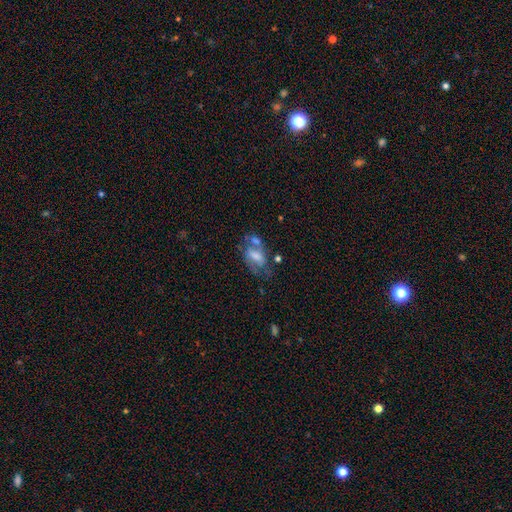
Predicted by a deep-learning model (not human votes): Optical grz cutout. It shows a smooth galaxy with no disk features (46%). Merging: none (33%).